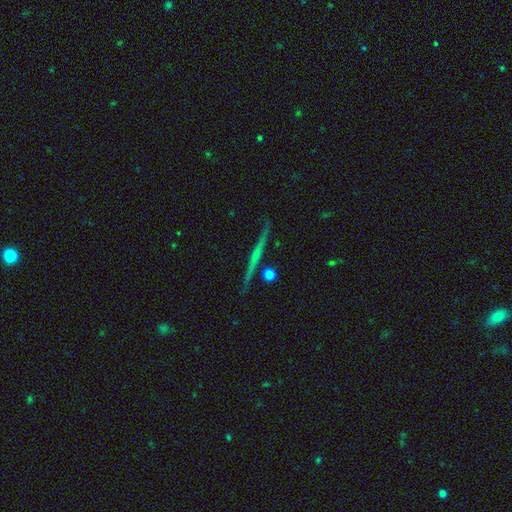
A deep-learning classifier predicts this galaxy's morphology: smooth-or-featured: featured or disk: 73% | smooth: 19% | star or artifact: 9%
  disk-edge-on: yes: 98% | no: 2%
    edge-on-bulge: rounded: 47% | none: 44% | boxy: 9%
  merging: none: 90% | minor disturbance: 6% | merger: 2% | major disturbance: 2%